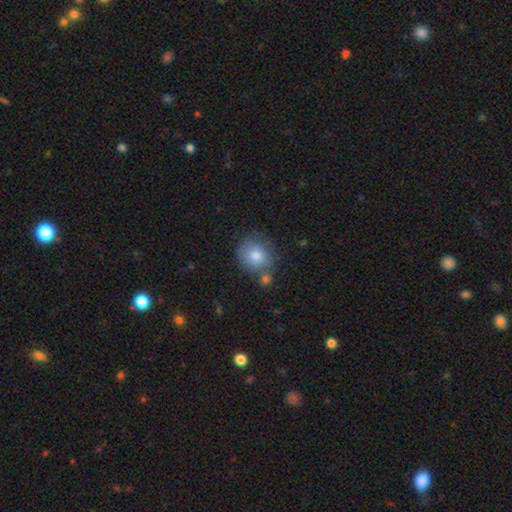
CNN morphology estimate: This appears to be a smooth galaxy with no disk features (80%) that is round (81%). Merging: none (67%).